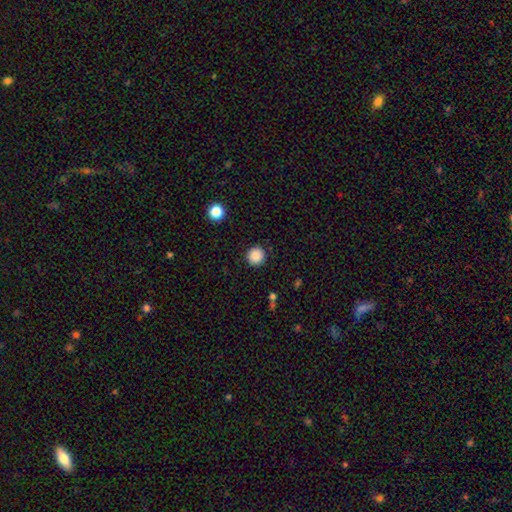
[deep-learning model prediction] This appears to be a smooth galaxy with no disk features (88%) that is round (94%). Merging: none (91%).